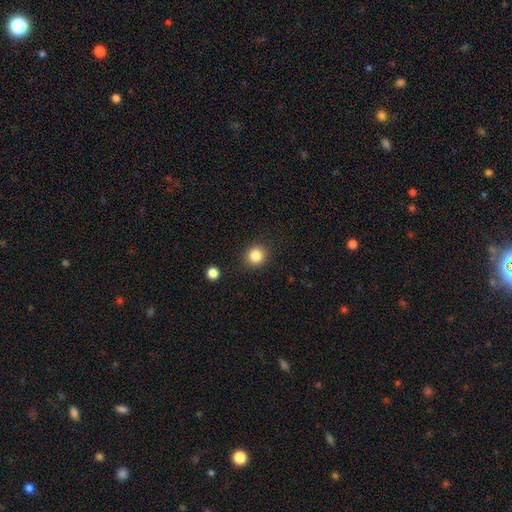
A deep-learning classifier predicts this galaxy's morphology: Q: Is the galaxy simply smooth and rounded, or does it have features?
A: smooth — 84%.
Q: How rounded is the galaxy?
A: round — 89%.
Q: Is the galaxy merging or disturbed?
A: none — 89%.